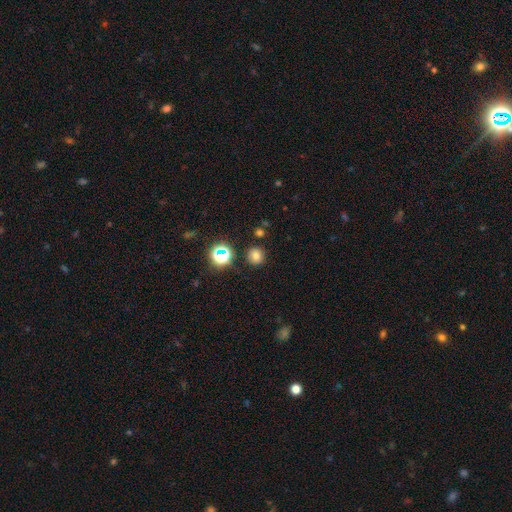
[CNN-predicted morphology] smooth 75%, star or artifact 20%, featured or disk 6%. Down the decision tree: how rounded — round (88%); merging — none (87%).